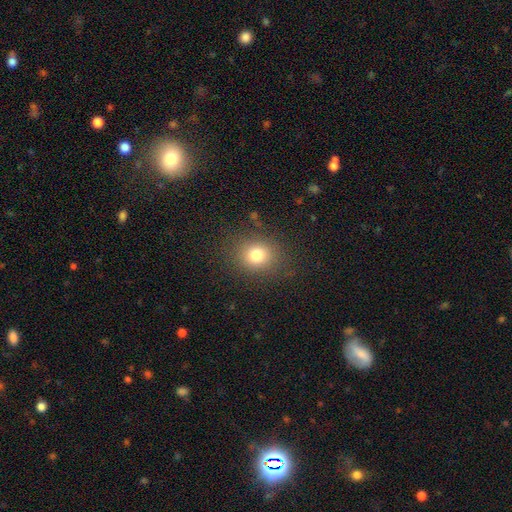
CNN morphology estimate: This is likely a smooth galaxy (77%). How rounded: likely round (70%). Merging: clearly none (84%).